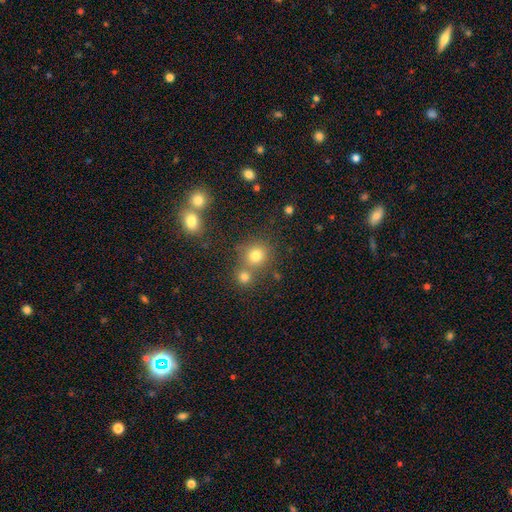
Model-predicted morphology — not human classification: A smooth galaxy with no disk features (77%) that is round (86%).

Vote fractions:
- Smooth or featured? smooth: 77% / star or artifact: 16% / featured or disk: 8%
- How rounded? round: 86% / in between: 13% / cigar-shaped: 1%
- Merging? none: 62% / merger: 26% / minor disturbance: 8% / major disturbance: 3%